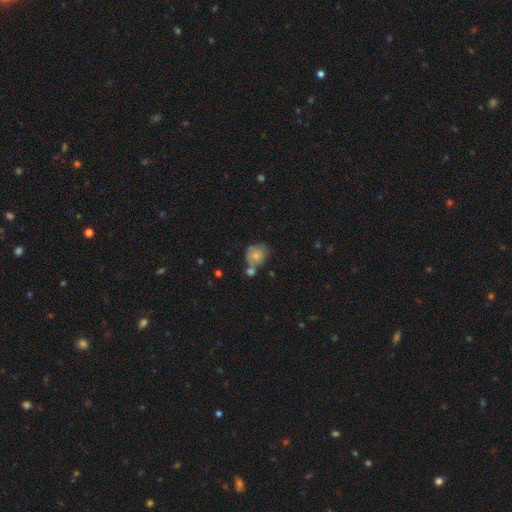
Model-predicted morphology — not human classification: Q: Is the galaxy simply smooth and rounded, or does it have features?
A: smooth — 69%.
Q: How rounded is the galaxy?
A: round — 63%.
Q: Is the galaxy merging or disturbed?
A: none — 40%.